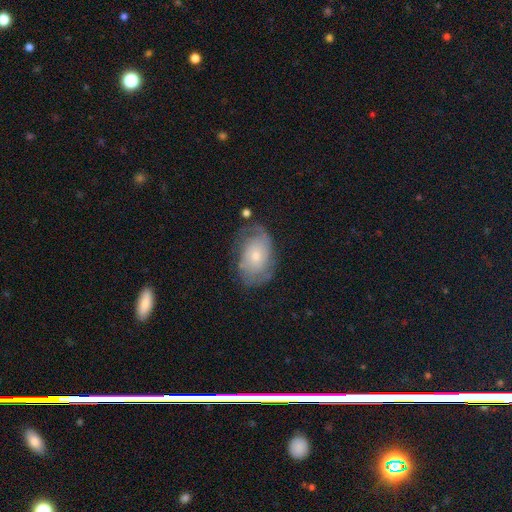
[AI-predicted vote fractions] Smooth or featured: featured or disk — 58% (smooth — 35%)
Edge-on disk: no — 96% (yes — 4%)
Bar: no — 80% (weak — 18%)
Spiral arms: yes — 77% (no — 23%)
Bulge size: small — 54% (moderate — 39%)
Merging: none — 59% (minor disturbance — 26%)